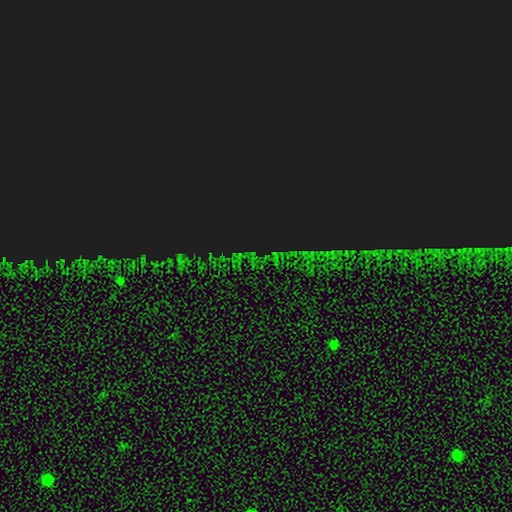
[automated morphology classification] A star or artifact, not a galaxy (86%).

Vote fractions:
- Smooth or featured? star or artifact: 86% / smooth: 8% / featured or disk: 6%